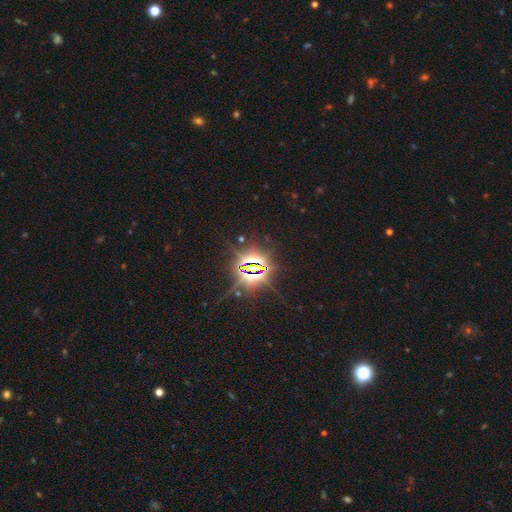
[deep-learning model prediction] star or artifact 86%, featured or disk 8%, smooth 6%.